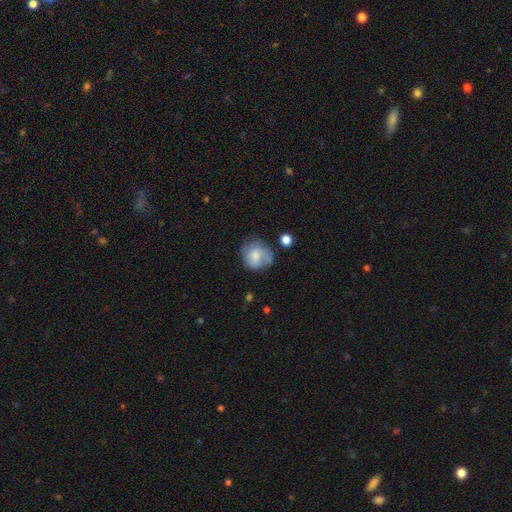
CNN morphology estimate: Q: Smooth or featured?
A: smooth (59%); runner-up: featured or disk (33%)
Q: How rounded?
A: round (70%); runner-up: in between (29%)
Q: Merging?
A: none (47%); runner-up: minor disturbance (29%)